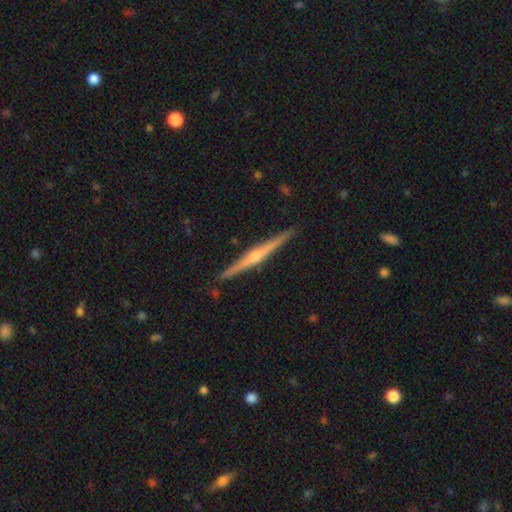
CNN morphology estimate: This appears to be a featured or disk galaxy (78%) viewed edge-on (99%) with a rounded central bulge (83%). Merging: none (91%).